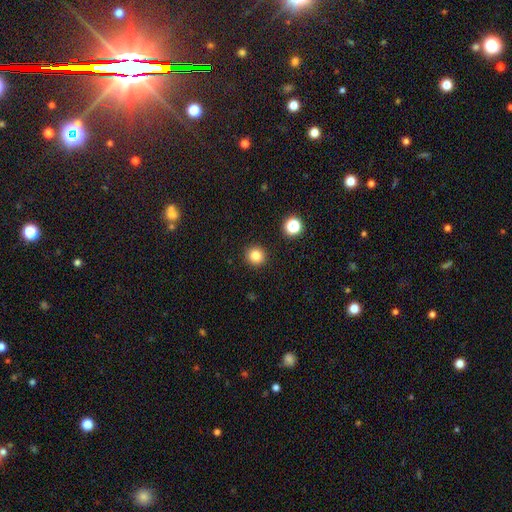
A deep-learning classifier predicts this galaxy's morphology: This appears to be a smooth galaxy with no disk features (82%) that is round (92%). Merging: none (92%).